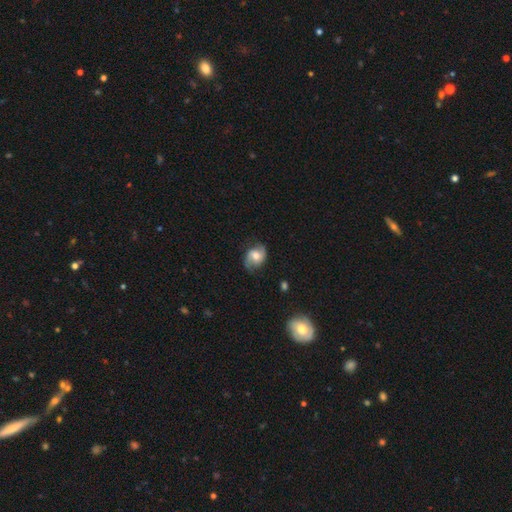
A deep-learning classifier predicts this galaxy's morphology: This is possibly a featured or disk galaxy (53%). It is clearly not viewed edge-on (96%). Bar: possibly no (58%). Spiral arm pattern: clearly yes (87%). Central bulge: likely moderate (63%). Merging: likely none (72%).